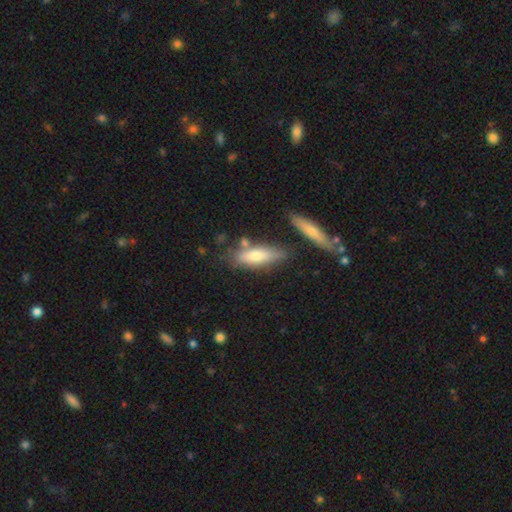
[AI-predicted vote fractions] Q: Smooth or featured?
A: smooth (63%); runner-up: featured or disk (30%)
Q: How rounded?
A: cigar-shaped (56%); runner-up: in between (42%)
Q: Merging?
A: none (68%); runner-up: minor disturbance (17%)